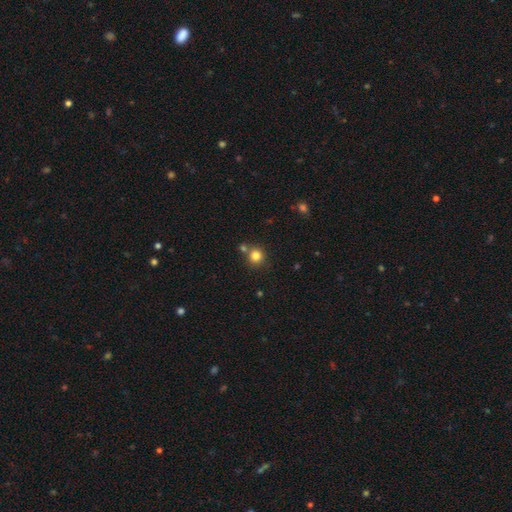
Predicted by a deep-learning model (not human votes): smooth 82%, star or artifact 12%, featured or disk 6%. Down the decision tree: how rounded — round (92%); merging — none (71%).